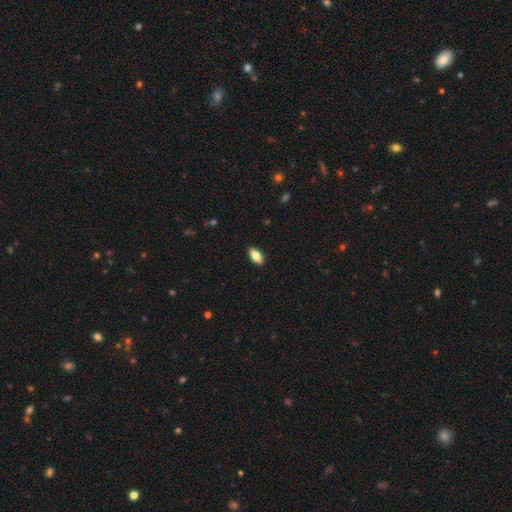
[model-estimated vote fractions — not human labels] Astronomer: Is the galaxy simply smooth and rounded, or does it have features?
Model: smooth — 78%.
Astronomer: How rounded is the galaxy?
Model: in between — 88%.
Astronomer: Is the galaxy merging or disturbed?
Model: none — 90%.